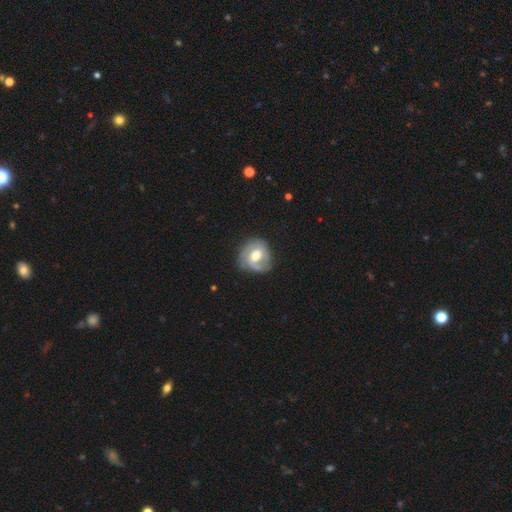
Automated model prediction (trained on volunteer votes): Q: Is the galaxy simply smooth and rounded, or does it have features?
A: featured or disk — 73%.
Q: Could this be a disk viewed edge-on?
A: no — 98%.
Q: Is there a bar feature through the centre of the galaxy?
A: no — 47%.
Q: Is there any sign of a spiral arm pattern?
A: yes — 87%.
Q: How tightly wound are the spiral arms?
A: tight — 54%.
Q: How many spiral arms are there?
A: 2 — 53%.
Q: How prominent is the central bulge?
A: moderate — 71%.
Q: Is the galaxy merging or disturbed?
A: none — 67%.